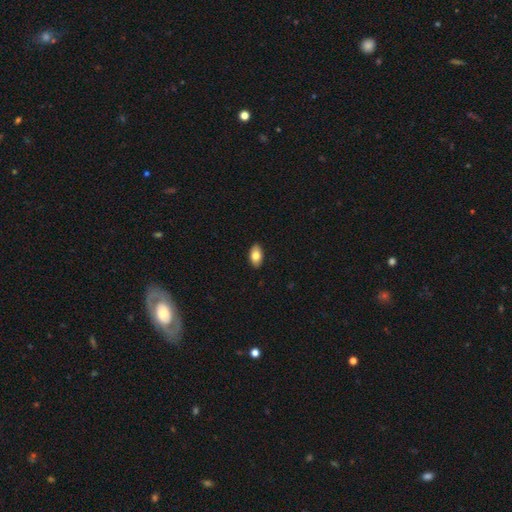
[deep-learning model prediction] The model was most divided on "smooth or featured": smooth: 81%, featured or disk: 13%, star or artifact: 7%. More confident: how rounded — in between (94%); merging — none (90%).